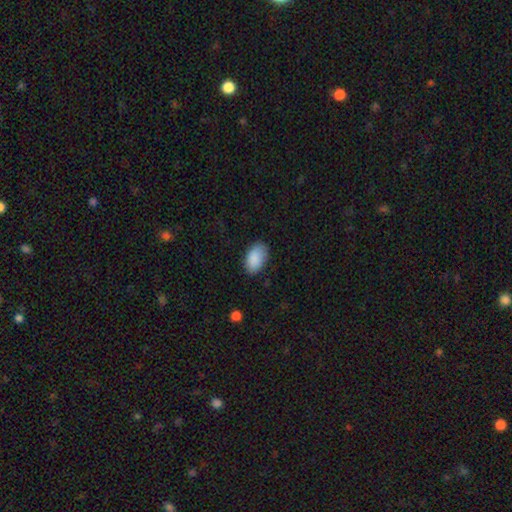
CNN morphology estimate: This appears to be a smooth galaxy with no disk features (90%) that is in between round and cigar-shaped (94%). Merging: none (83%).